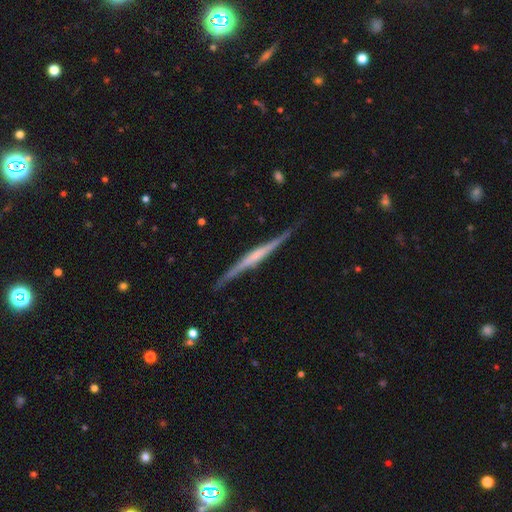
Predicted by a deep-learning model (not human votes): Smooth or featured? featured or disk (74%)
Edge-on disk? yes (97%)
Edge-on bulge? none (47%)
Merging? none (79%)